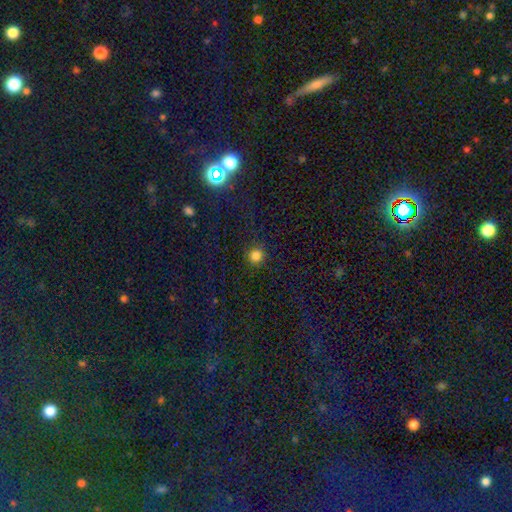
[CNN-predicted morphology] A smooth galaxy with no disk features (81%) that is round (93%).

Vote fractions:
- Smooth or featured? smooth: 81% / star or artifact: 15% / featured or disk: 4%
- How rounded? round: 93% / in between: 6% / cigar-shaped: 1%
- Merging? none: 89% / minor disturbance: 7% / major disturbance: 3% / merger: 1%